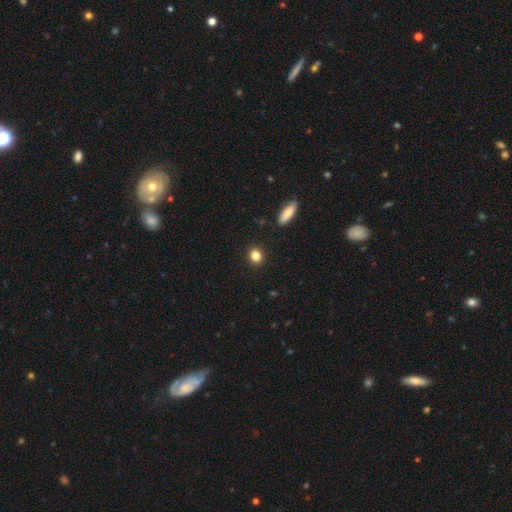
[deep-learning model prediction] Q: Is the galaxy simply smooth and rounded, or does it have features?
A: smooth — 84%.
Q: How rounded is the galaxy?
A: round — 73%.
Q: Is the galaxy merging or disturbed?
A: none — 91%.